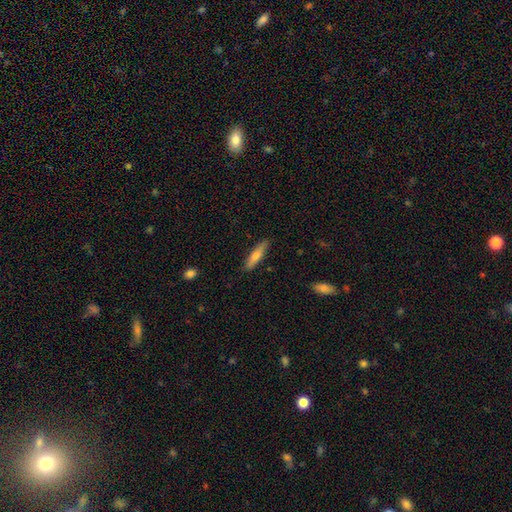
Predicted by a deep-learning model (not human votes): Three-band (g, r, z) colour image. It shows a smooth galaxy with no disk features (60%) that is cigar-shaped (82%). Merging: none (88%).